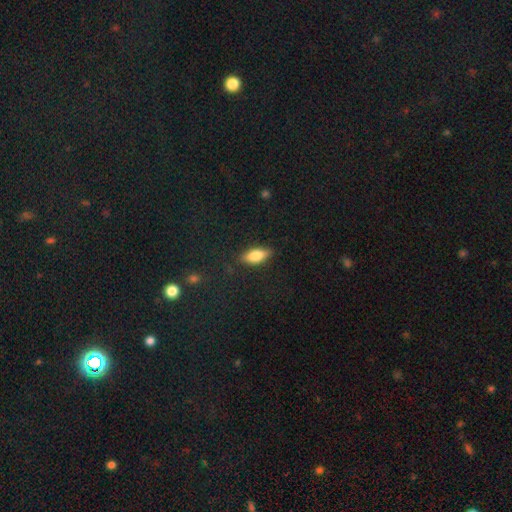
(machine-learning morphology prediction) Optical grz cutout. It shows a smooth galaxy with no disk features (78%) that is in between round and cigar-shaped (79%). Merging: none (82%).